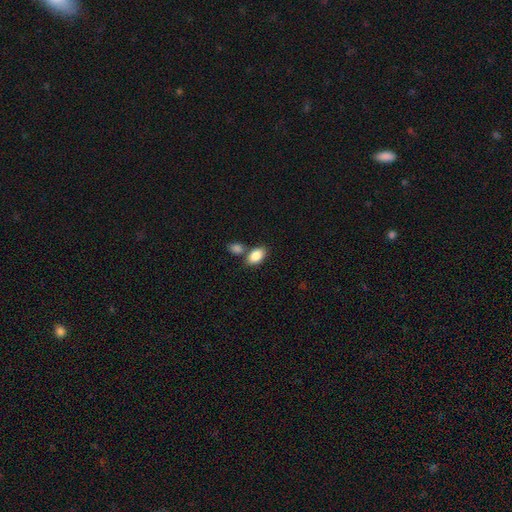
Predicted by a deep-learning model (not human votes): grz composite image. It shows a smooth galaxy with no disk features (86%) that is in between round and cigar-shaped (89%). Merging: none (61%).